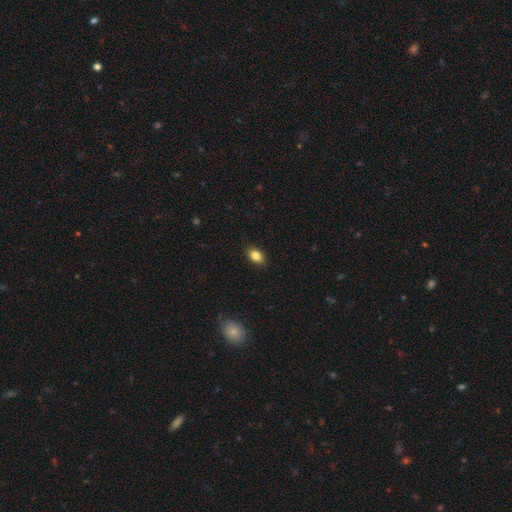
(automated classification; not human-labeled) Smooth or featured: smooth — 84% (star or artifact — 9%)
How rounded: in between — 84% (round — 14%)
Merging: none — 87% (minor disturbance — 10%)